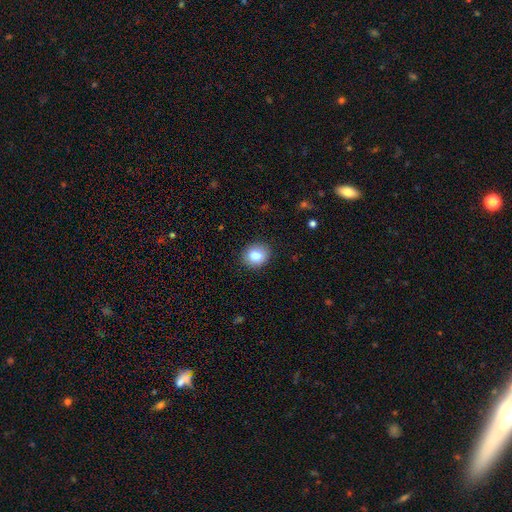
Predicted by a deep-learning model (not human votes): Smooth or featured: smooth — 84% (star or artifact — 9%)
How rounded: round — 68% (in between — 31%)
Merging: none — 89% (minor disturbance — 8%)